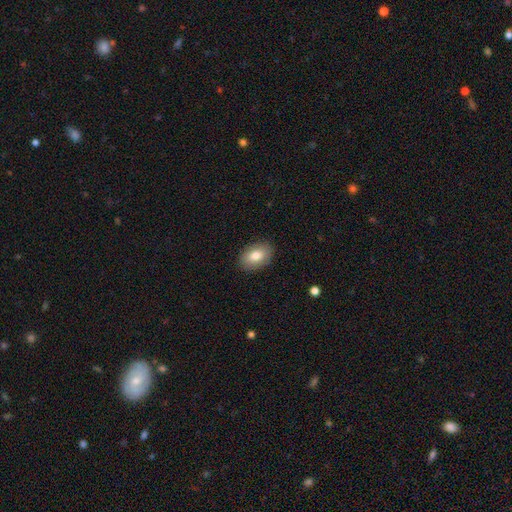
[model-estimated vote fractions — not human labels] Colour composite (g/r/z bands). It shows a smooth galaxy with no disk features (81%) that is in between round and cigar-shaped (85%). Merging: none (88%).